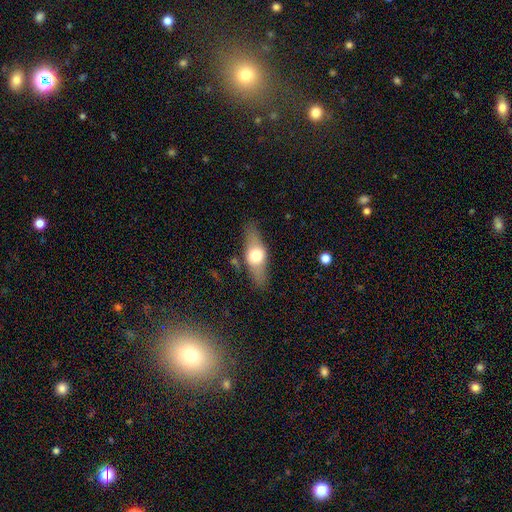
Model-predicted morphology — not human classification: smooth-or-featured: smooth: 47% (tied) | featured or disk: 47% (tied) | star or artifact: 7%
  merging: none: 78% | minor disturbance: 15% | major disturbance: 5% | merger: 2%